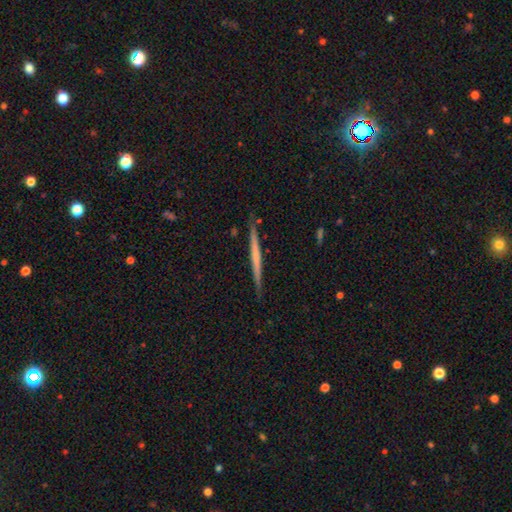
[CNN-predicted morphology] A featured or disk galaxy (56%) viewed edge-on (98%) with no central bulge (82%). Merging: none (90%).